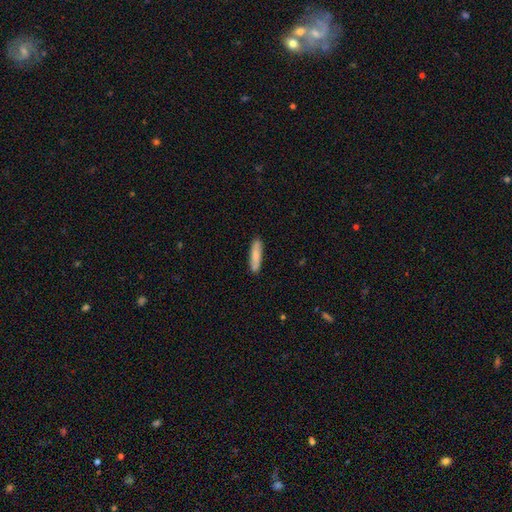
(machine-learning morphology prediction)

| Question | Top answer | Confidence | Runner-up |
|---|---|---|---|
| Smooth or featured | smooth | 79% | featured or disk (15%) |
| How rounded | cigar-shaped | 77% | in between (21%) |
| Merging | none | 87% | minor disturbance (10%) |